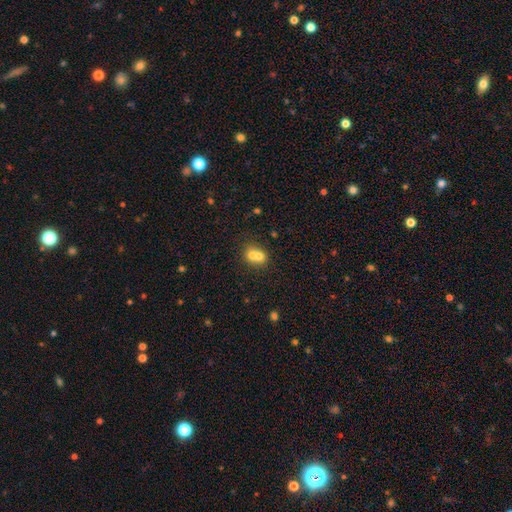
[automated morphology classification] A smooth galaxy with no disk features (68%) that is round (60%). Merging: merger (67%).